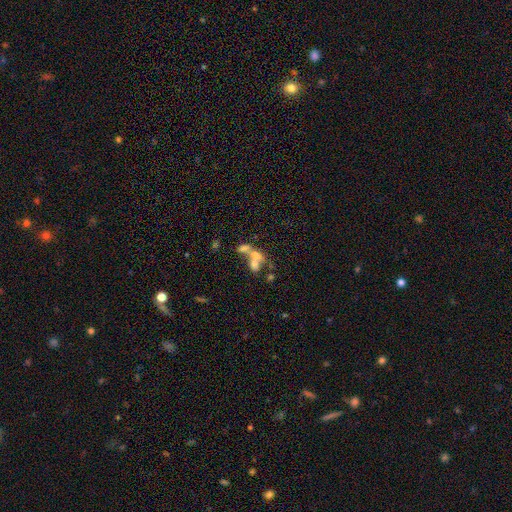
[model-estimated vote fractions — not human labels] This is possibly a smooth galaxy (50%). How rounded: likely in between (64%). Merging: likely merger (65%).